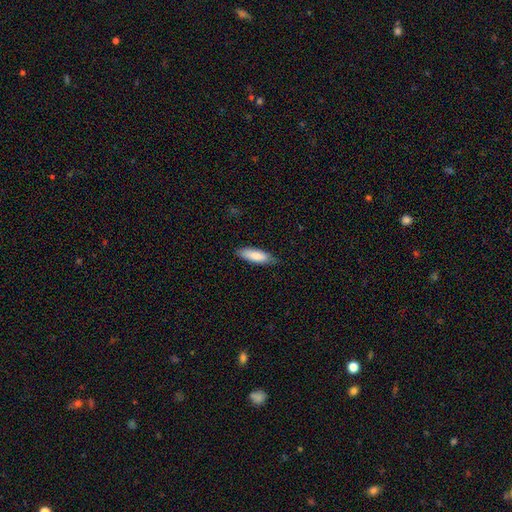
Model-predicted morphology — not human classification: smooth_or_featured: smooth (p=0.84) [alt: featured or disk p=0.11]
how_rounded: in between (p=0.52) [alt: cigar-shaped p=0.47]
merging: none (p=0.80) [alt: minor disturbance p=0.17]